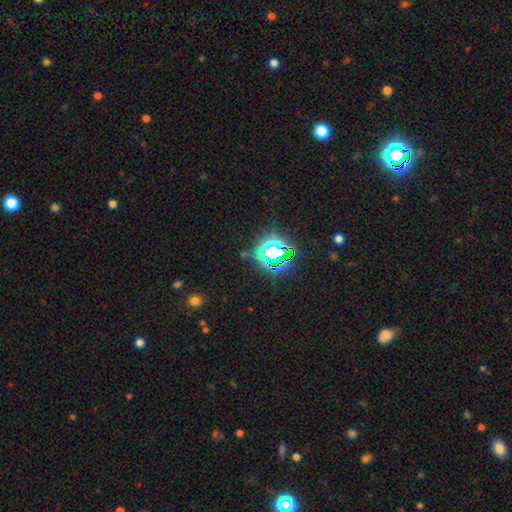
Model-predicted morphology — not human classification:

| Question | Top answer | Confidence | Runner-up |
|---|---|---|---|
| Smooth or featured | star or artifact | 76% | smooth (15%) |